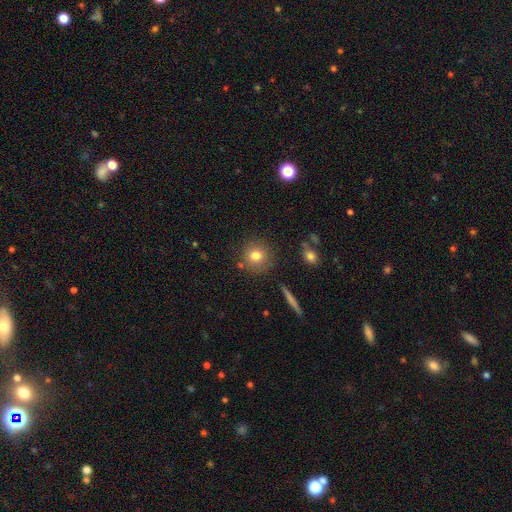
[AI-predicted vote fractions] Smooth or featured? smooth (79%)
How rounded? round (90%)
Merging? none (82%)